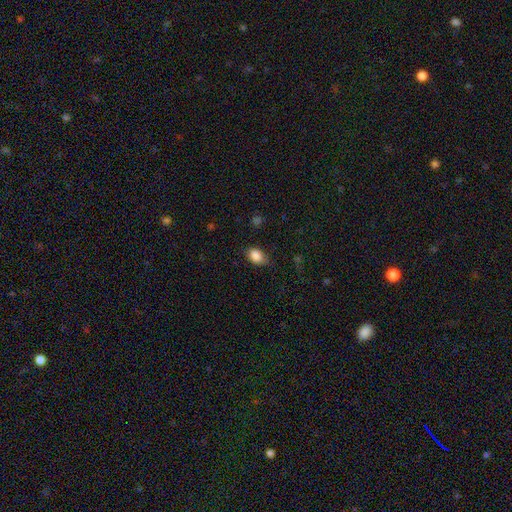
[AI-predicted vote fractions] Morphology: type=smooth (87%); roundness=in between (80%); merging=none (73%).